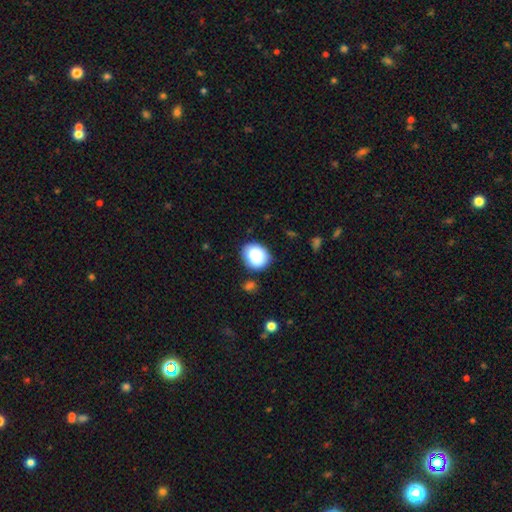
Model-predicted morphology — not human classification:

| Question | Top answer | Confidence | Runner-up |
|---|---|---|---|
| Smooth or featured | smooth | 86% | star or artifact (8%) |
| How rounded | round | 57% | in between (42%) |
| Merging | none | 79% | minor disturbance (14%) |